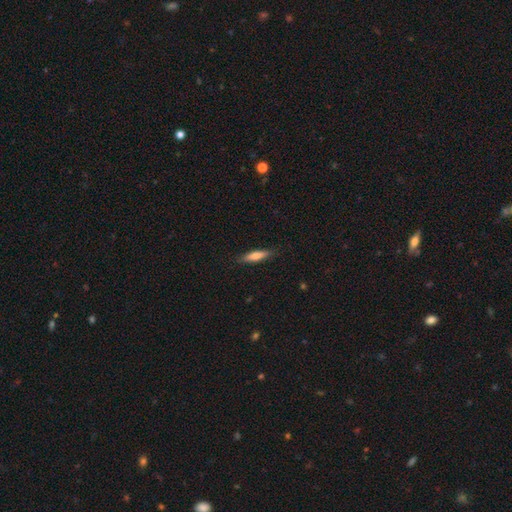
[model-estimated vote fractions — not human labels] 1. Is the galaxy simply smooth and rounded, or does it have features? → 68% smooth, 26% featured or disk, 6% star or artifact.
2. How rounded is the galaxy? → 77% cigar-shaped, 22% in between, 2% round.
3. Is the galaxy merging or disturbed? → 86% none, 11% minor disturbance, 2% major disturbance, 1% merger.